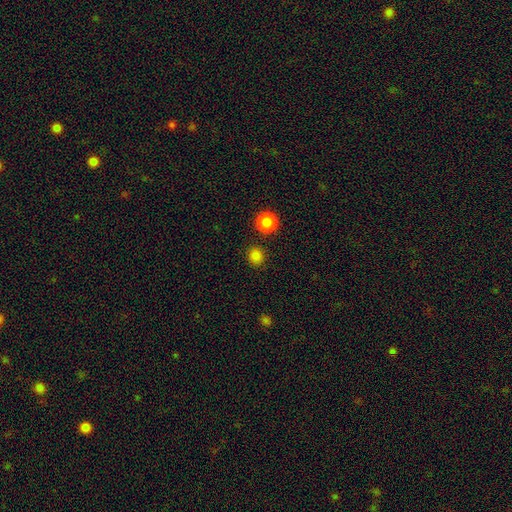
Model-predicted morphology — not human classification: The model was most divided on "smooth or featured": smooth: 83%, star or artifact: 14%, featured or disk: 3%. More confident: how rounded — round (90%); merging — none (87%).